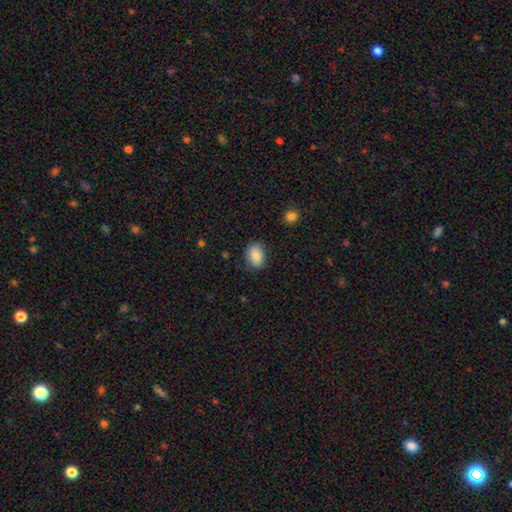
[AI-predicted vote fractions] A smooth galaxy with no disk features (83%) that is in between round and cigar-shaped (74%).

Vote fractions:
- Smooth or featured? smooth: 83% / featured or disk: 9% / star or artifact: 8%
- How rounded? in between: 74% / round: 25% / cigar-shaped: 1%
- Merging? none: 75% / minor disturbance: 20% / major disturbance: 4% / merger: 1%